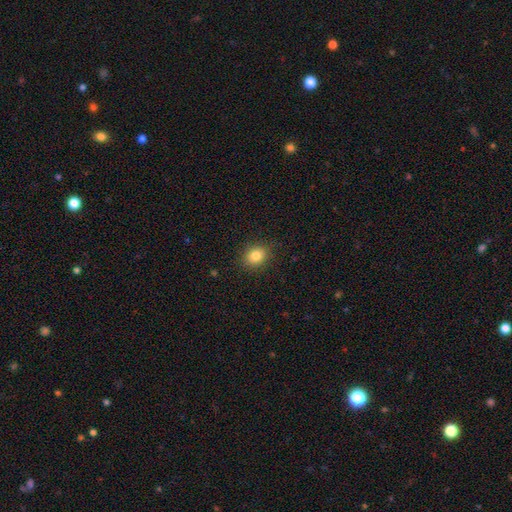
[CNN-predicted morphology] A smooth galaxy with no disk features (83%) that is round (53%). Merging: none (87%).